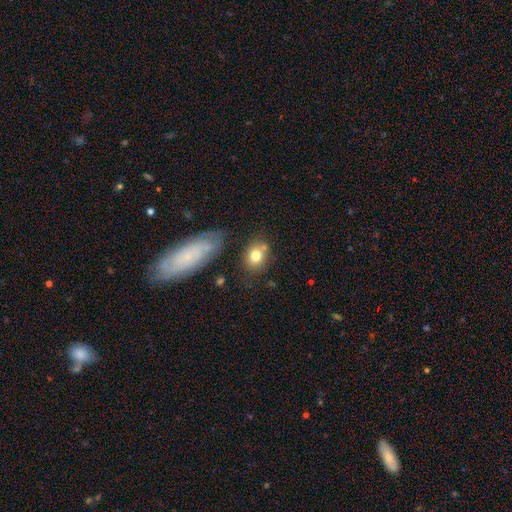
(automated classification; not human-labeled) smooth-or-featured: smooth: 77% | featured or disk: 14% | star or artifact: 9%
  how-rounded: round: 54% | in between: 45% | cigar-shaped: 2%
  merging: none: 65% | minor disturbance: 15% | merger: 15% | major disturbance: 5%